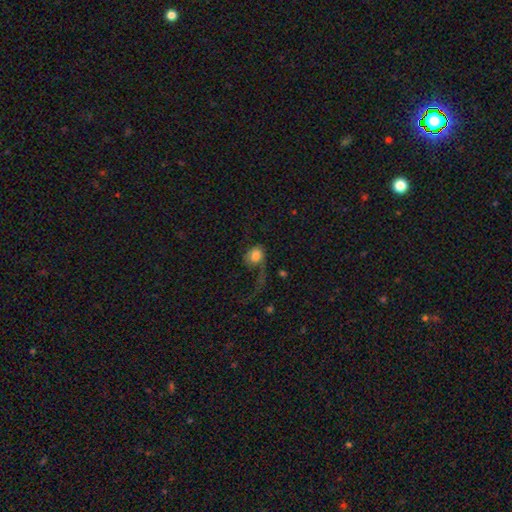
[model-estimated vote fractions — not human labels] A smooth galaxy with no disk features (67%) that is round (50%).

Vote fractions:
- Smooth or featured? smooth: 67% / featured or disk: 25% / star or artifact: 9%
- How rounded? round: 50% / in between: 48% / cigar-shaped: 2%
- Merging? major disturbance: 59% / none: 22% / minor disturbance: 14% / merger: 5%